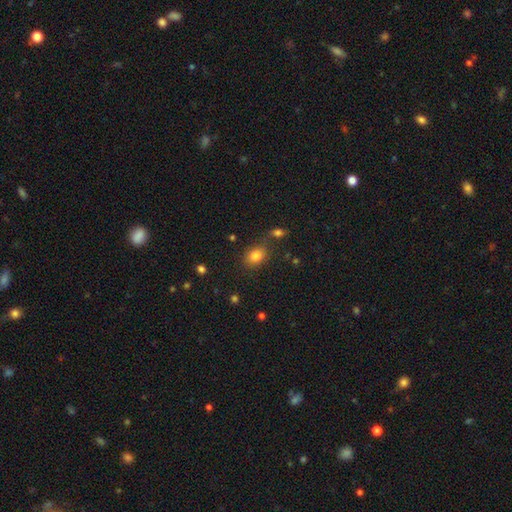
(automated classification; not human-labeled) Smooth or featured? smooth (82%)
How rounded? in between (64%)
Merging? none (71%)